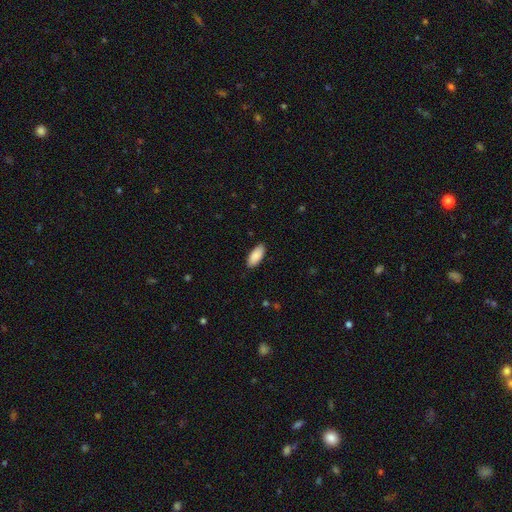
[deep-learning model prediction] This is clearly a smooth galaxy (90%). How rounded: clearly in between (87%). Merging: clearly none (88%).